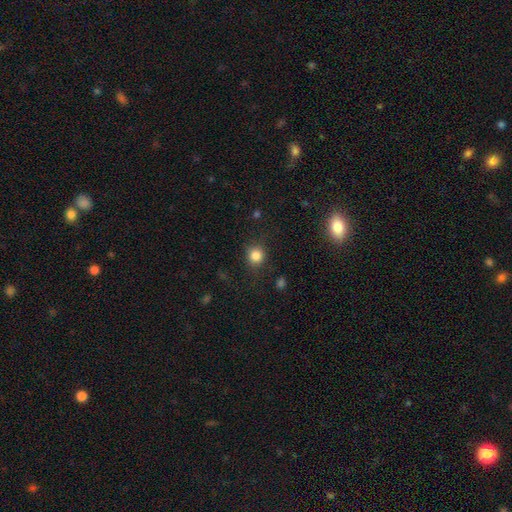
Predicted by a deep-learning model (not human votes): Smooth or featured? Predicted: smooth (p=0.83). How rounded? Predicted: round (p=0.87). Merging? Predicted: none (p=0.82).